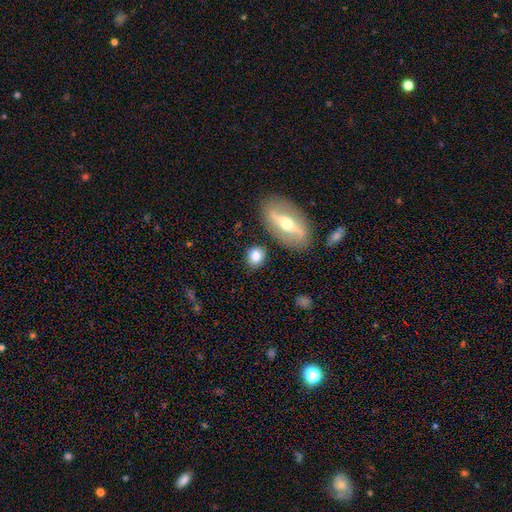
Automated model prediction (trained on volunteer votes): A smooth galaxy with no disk features (77%) that is round (61%). Merging: none (81%).